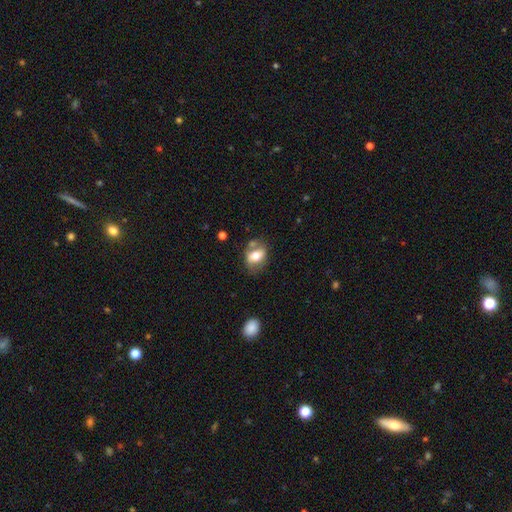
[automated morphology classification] Q: Smooth or featured?
A: smooth (61%); runner-up: featured or disk (31%)
Q: How rounded?
A: in between (75%); runner-up: round (23%)
Q: Merging?
A: none (54%); runner-up: minor disturbance (21%)